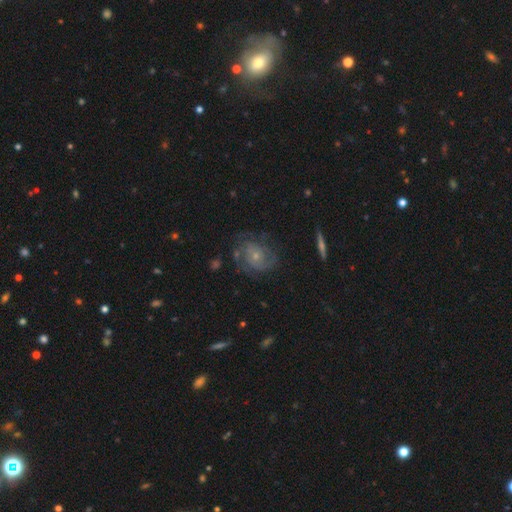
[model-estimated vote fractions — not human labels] Smooth or featured? Predicted: featured or disk (p=0.71). Edge-on disk? Predicted: no (p=0.97). Bar? Predicted: no (p=0.77). Spiral arms? Predicted: yes (p=0.85). Spiral winding? Predicted: tight (p=0.50). Spiral arm count? Predicted: 2 (p=0.37). Bulge size? Predicted: small (p=0.70). Merging? Predicted: none (p=0.64).